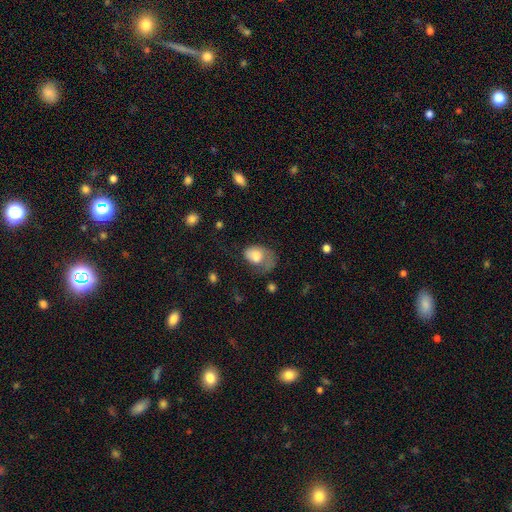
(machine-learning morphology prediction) A smooth galaxy with no disk features (65%) that is in between round and cigar-shaped (74%). Merging: major disturbance (50%).